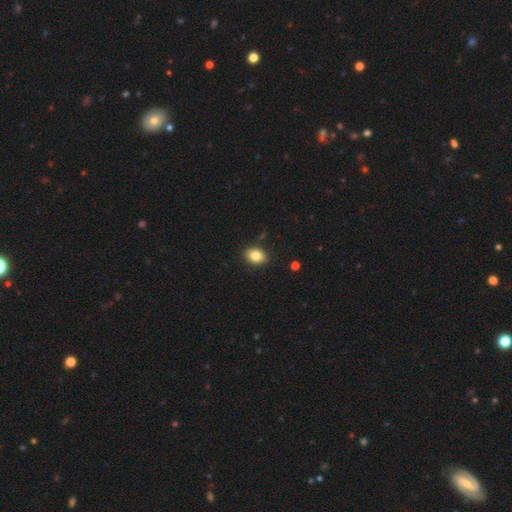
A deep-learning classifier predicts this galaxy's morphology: Smooth or featured?
  - smooth: 84% *
  - star or artifact: 9%
  - featured or disk: 7%
How rounded?
  - in between: 73% *
  - round: 26%
  - cigar-shaped: 1%
Merging?
  - none: 88% *
  - minor disturbance: 9%
  - major disturbance: 2%
  - merger: 2%